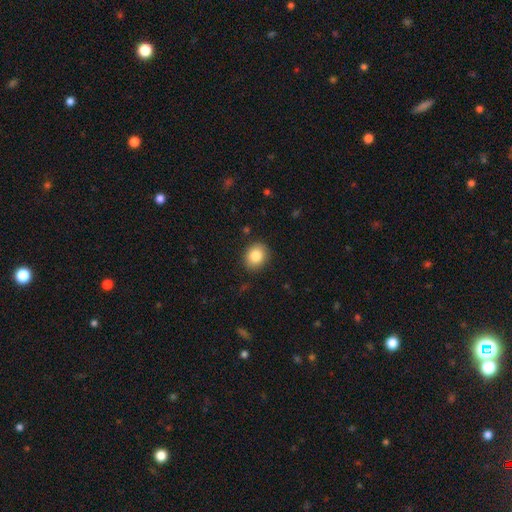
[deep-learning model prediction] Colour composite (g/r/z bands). It shows a smooth galaxy with no disk features (85%) that is round (62%). Merging: none (88%).